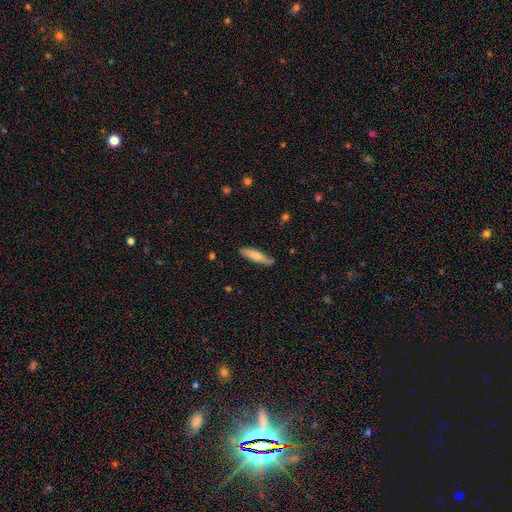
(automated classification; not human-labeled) Smooth or featured?
  - smooth: 72% *
  - featured or disk: 22%
  - star or artifact: 6%
How rounded?
  - cigar-shaped: 76% *
  - in between: 22%
  - round: 1%
Merging?
  - none: 77% *
  - minor disturbance: 18%
  - major disturbance: 3%
  - merger: 2%